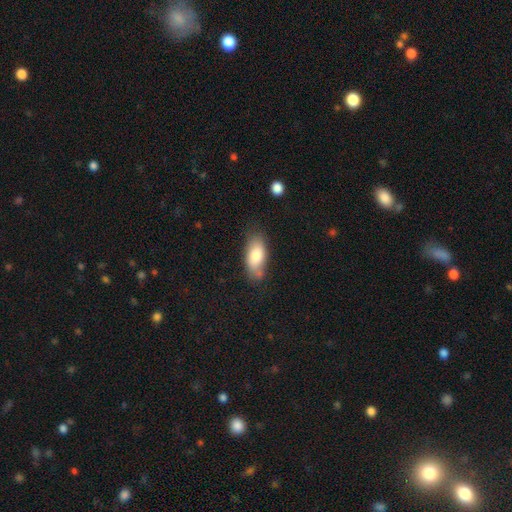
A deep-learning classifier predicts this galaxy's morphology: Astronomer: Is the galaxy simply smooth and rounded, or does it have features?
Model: smooth — 80%.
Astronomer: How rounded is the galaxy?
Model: in between — 88%.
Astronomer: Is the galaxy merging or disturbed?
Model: none — 67%.